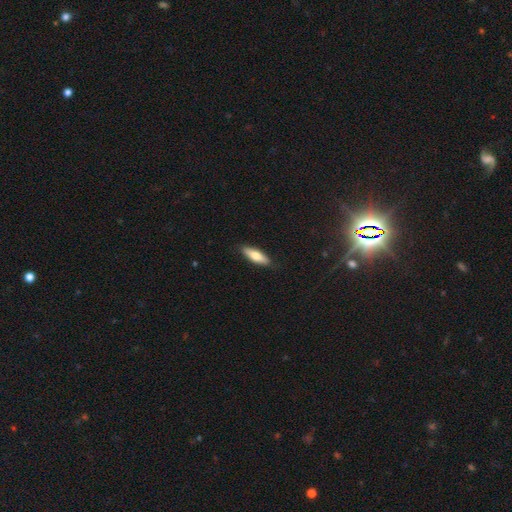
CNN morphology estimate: smooth_or_featured: smooth (p=0.71) [alt: featured or disk p=0.24]
how_rounded: cigar-shaped (p=0.50) [alt: in between p=0.48]
merging: none (p=0.87) [alt: minor disturbance p=0.10]